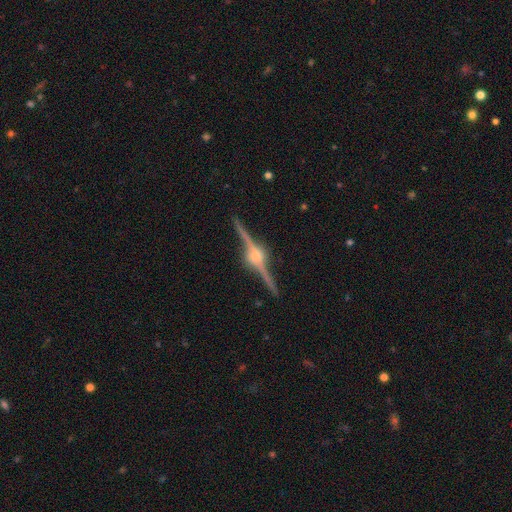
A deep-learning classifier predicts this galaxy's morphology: This is clearly a featured or disk galaxy (91%). It is clearly viewed edge-on (98%). Edge-on bulge: clearly rounded (91%). Merging: clearly none (89%).